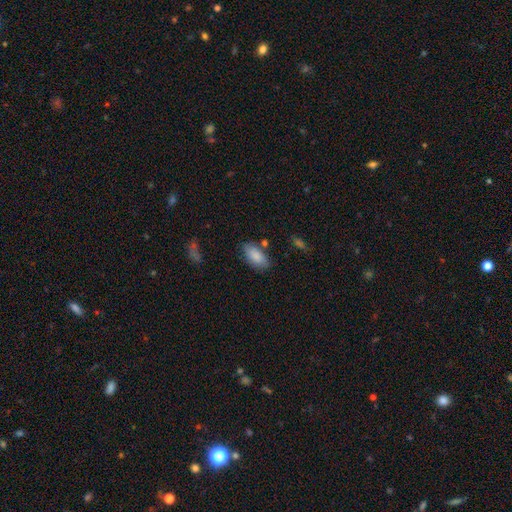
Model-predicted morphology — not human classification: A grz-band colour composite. It shows a smooth galaxy with no disk features (86%) that is in between round and cigar-shaped (93%). Merging: none (74%).